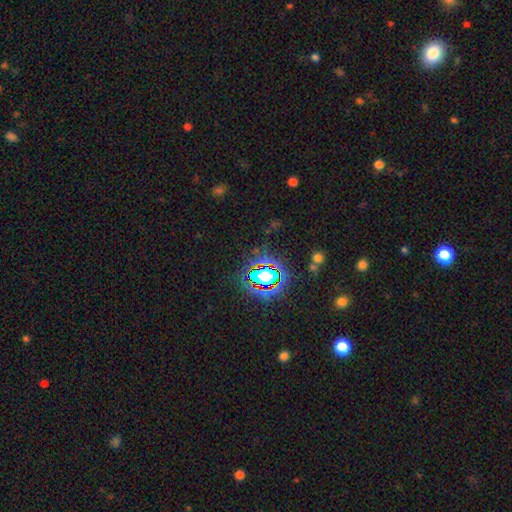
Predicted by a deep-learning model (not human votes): Morphology: type=star or artifact (80%).